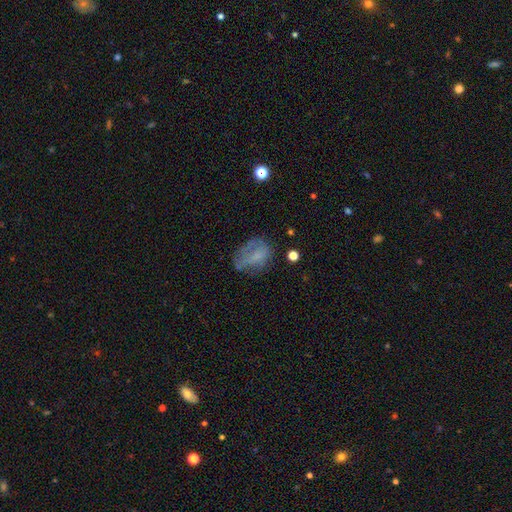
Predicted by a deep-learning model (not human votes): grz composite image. It shows a smooth galaxy with no disk features (50%) that is in between round and cigar-shaped (74%). Merging: none (45%).